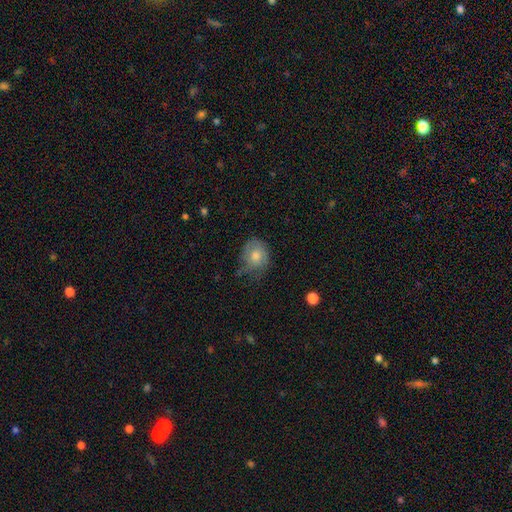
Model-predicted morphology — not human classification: A smooth galaxy with no disk features (66%) that is round (60%). Merging: none (54%).